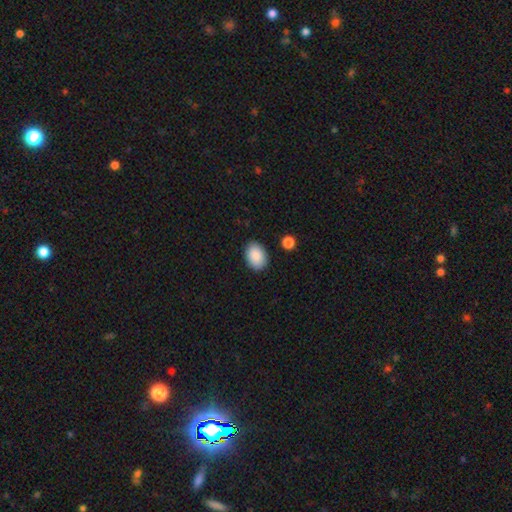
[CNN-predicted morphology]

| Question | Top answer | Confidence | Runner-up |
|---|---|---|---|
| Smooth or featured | smooth | 90% | star or artifact (7%) |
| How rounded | in between | 83% | round (16%) |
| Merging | none | 86% | minor disturbance (9%) |